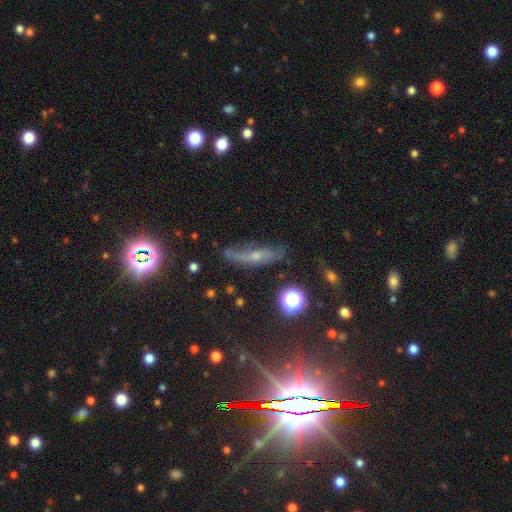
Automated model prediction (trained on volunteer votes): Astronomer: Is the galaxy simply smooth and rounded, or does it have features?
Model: featured or disk — 48% (runner-up: star or artifact, 26%).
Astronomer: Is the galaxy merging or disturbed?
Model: none — 58%.